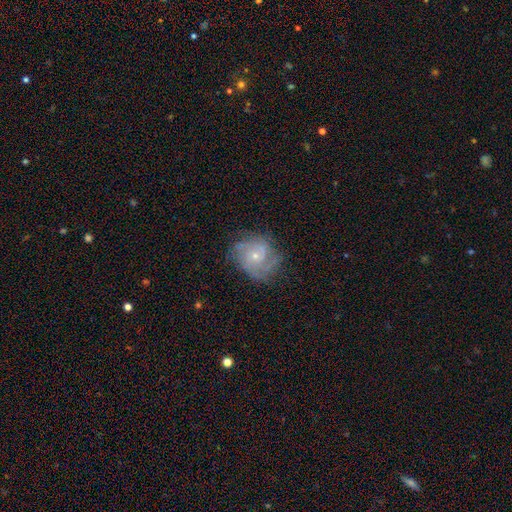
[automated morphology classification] type=featured or disk (77%); edge-on=no (98%); bar=no (76%); spiral arms=yes (93%); winding=tight (50%); arm count=3 (30%); bulge=small (72%); merging=none (67%).